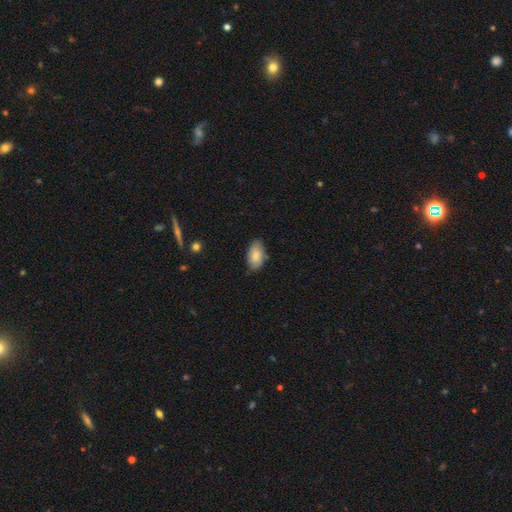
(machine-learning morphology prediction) smooth_or_featured: smooth (p=0.84) [alt: featured or disk p=0.10]
how_rounded: in between (p=0.94) [alt: round p=0.03]
merging: none (p=0.77) [alt: minor disturbance p=0.19]